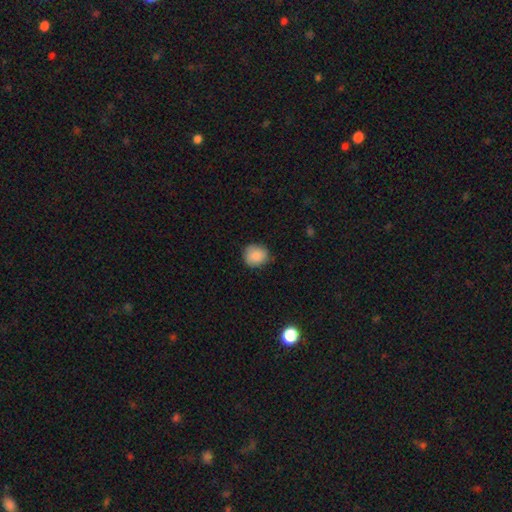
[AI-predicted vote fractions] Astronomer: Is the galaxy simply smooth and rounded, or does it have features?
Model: smooth — 87%.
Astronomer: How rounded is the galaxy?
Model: round — 83%.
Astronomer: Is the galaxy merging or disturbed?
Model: none — 79%.